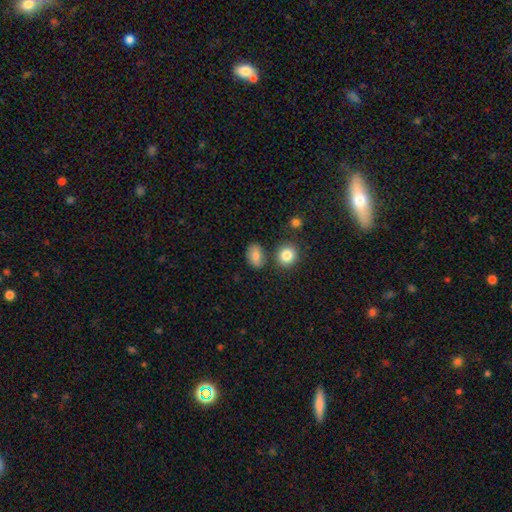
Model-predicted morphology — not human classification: type=smooth (82%); roundness=in between (79%); merging=none (74%).